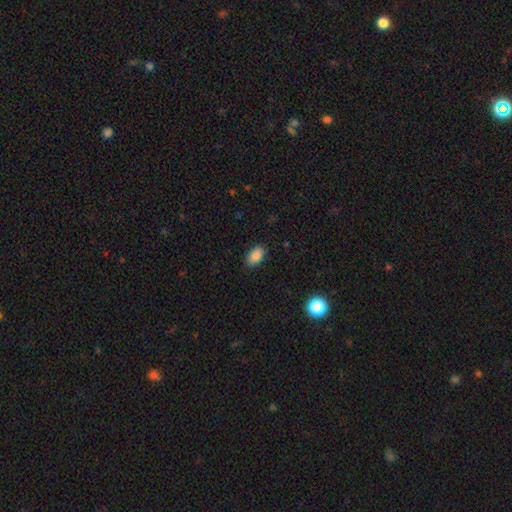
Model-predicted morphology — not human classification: Overall: smooth (87%). How rounded: in between (91%). Merging: none (88%).